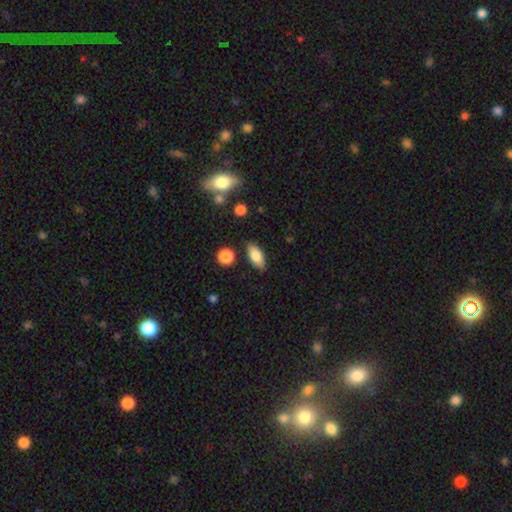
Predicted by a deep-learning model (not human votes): smooth-or-featured: smooth: 79% | featured or disk: 14% | star or artifact: 7%
  how-rounded: in between: 84% | cigar-shaped: 12% | round: 4%
  merging: none: 83% | minor disturbance: 11% | merger: 3% | major disturbance: 3%